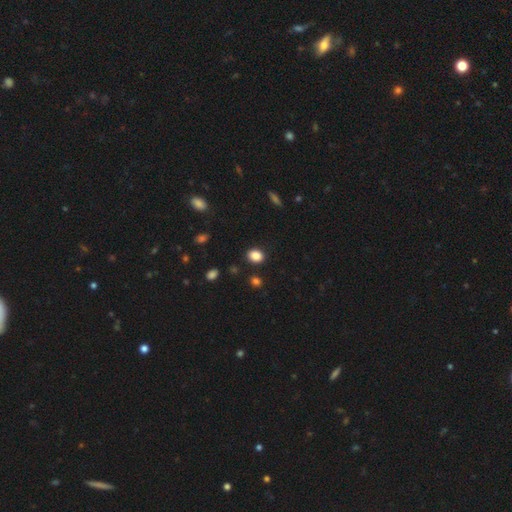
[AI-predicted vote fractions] smooth-or-featured: smooth: 86% | star or artifact: 10% | featured or disk: 4%
  how-rounded: round: 51% | in between: 48% | cigar-shaped: 1%
  merging: none: 87% | minor disturbance: 8% | major disturbance: 3% | merger: 2%